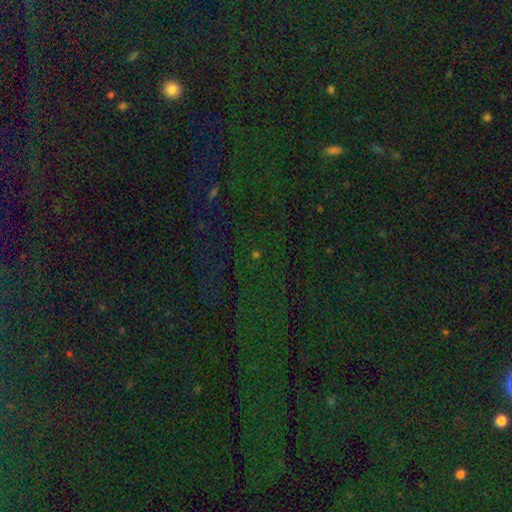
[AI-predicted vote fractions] A star or artifact, not a galaxy (79%).

Vote fractions:
- Smooth or featured? star or artifact: 79% / smooth: 13% / featured or disk: 8%